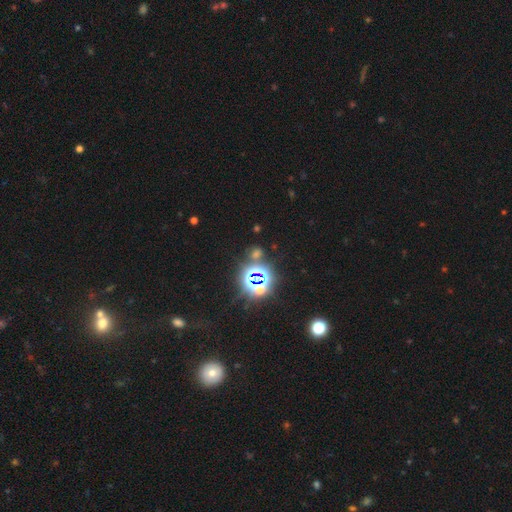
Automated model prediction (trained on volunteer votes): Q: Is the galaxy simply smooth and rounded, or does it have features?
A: star or artifact — 76%.